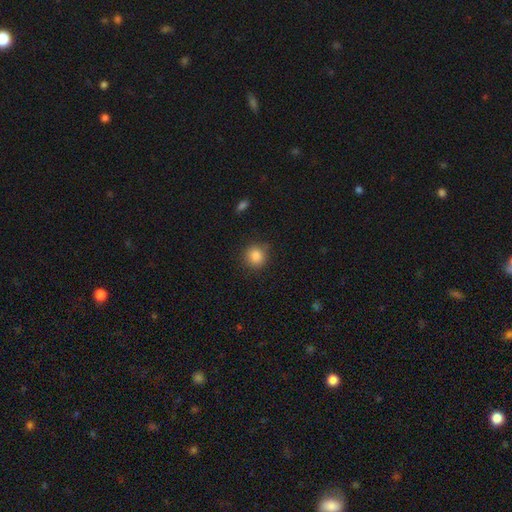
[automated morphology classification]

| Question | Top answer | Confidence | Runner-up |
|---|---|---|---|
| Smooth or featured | smooth | 85% | star or artifact (10%) |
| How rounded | round | 90% | in between (9%) |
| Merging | none | 86% | minor disturbance (10%) |